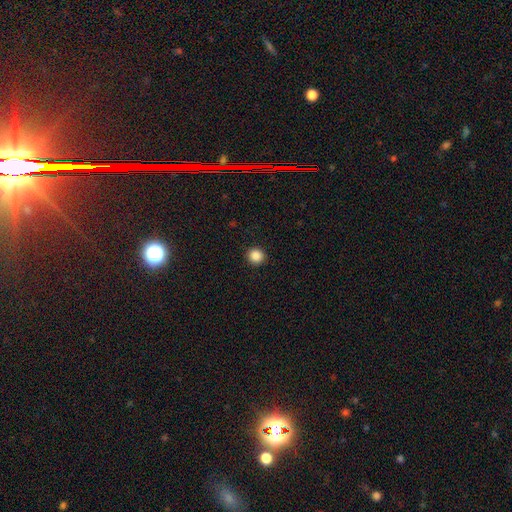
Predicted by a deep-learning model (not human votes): A smooth galaxy with no disk features (88%) that is round (93%). Merging: none (93%).